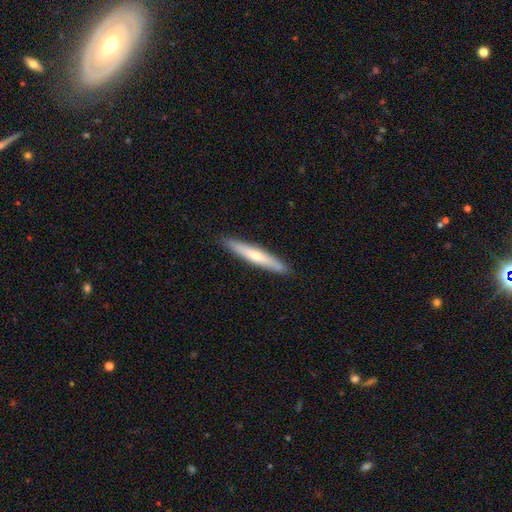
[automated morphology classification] smooth 50%, featured or disk 44%, star or artifact 5%. Down the decision tree: how rounded — cigar-shaped (93%); merging — none (91%).